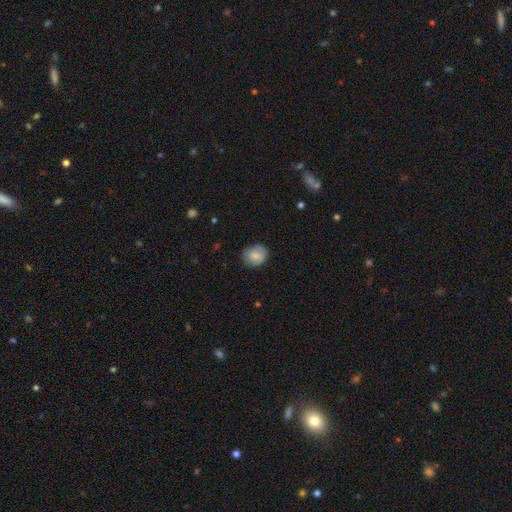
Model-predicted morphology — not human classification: smooth_or_featured: smooth (p=0.82) [alt: featured or disk p=0.11]
how_rounded: round (p=0.68) [alt: in between p=0.31]
merging: none (p=0.81) [alt: minor disturbance p=0.15]